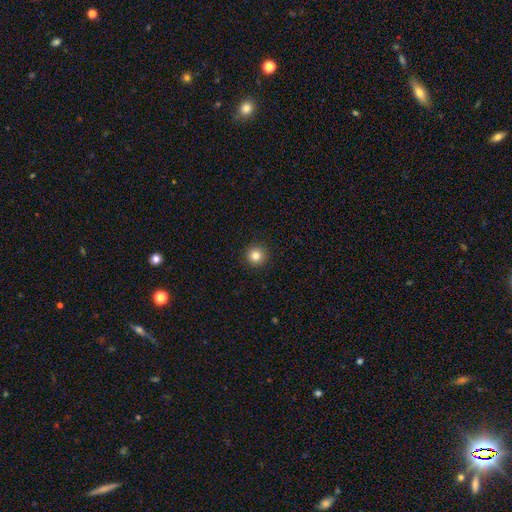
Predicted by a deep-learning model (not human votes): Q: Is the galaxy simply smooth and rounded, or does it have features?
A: smooth — 83%.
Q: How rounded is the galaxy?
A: round — 95%.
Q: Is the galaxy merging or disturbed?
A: none — 93%.